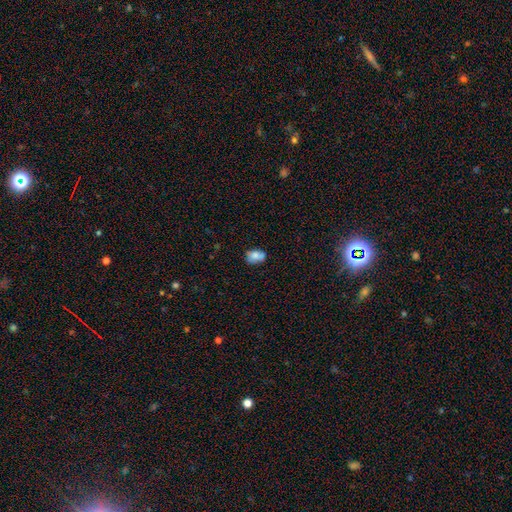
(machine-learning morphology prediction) Overall: smooth (72%). How rounded: in between (75%). Merging: none (54%; minor disturbance 29%).